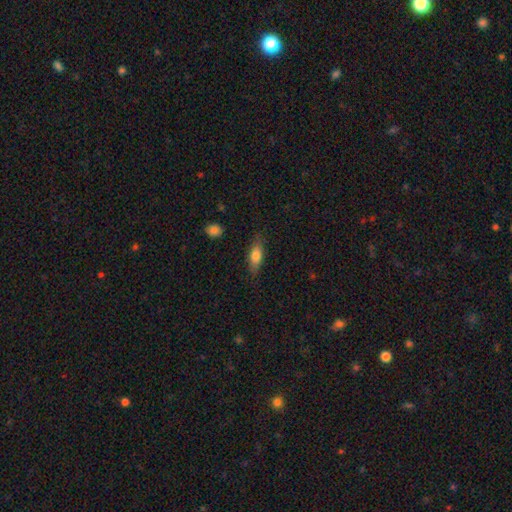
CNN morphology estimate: This appears to be a smooth galaxy with no disk features (69%) that is in between round and cigar-shaped (59%). Merging: none (82%).